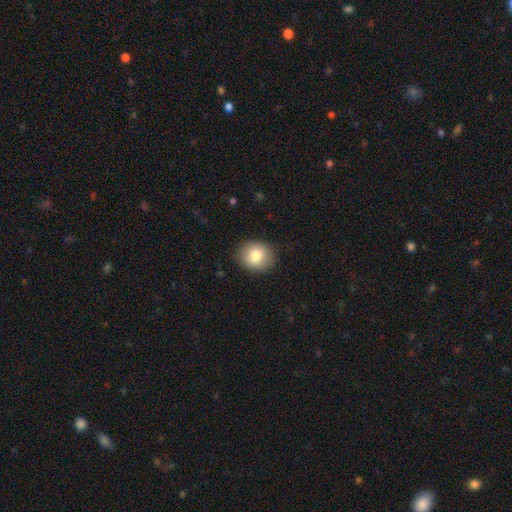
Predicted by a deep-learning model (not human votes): Overall: smooth (82%). How rounded: round (68%; in between 31%). Merging: none (88%).